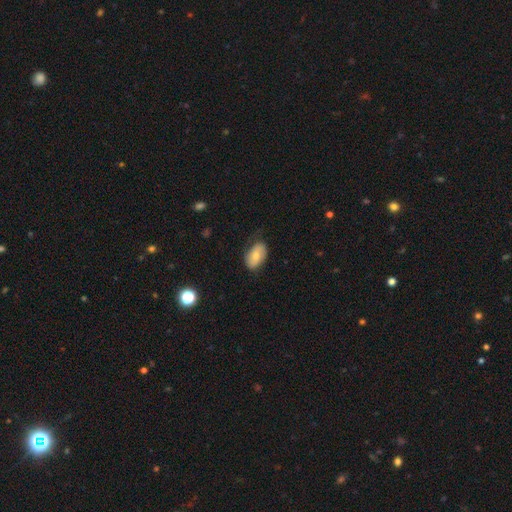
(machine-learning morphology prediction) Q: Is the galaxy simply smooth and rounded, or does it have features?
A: smooth — 67%.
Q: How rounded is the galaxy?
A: in between — 92%.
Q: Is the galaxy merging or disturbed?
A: none — 68%.